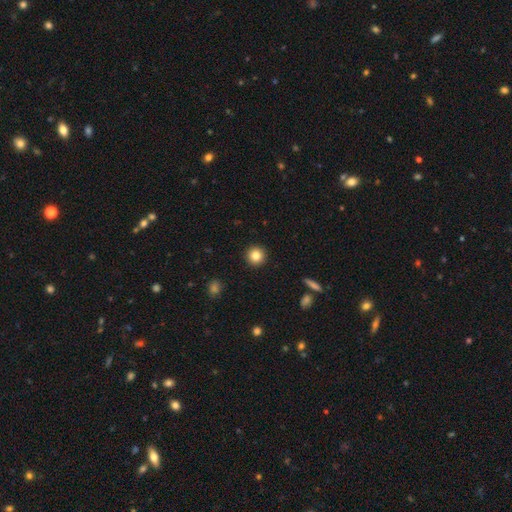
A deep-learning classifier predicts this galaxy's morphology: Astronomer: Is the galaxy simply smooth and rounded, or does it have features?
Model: smooth — 83%.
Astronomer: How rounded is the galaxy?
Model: round — 95%.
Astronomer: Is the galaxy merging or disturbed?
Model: none — 93%.